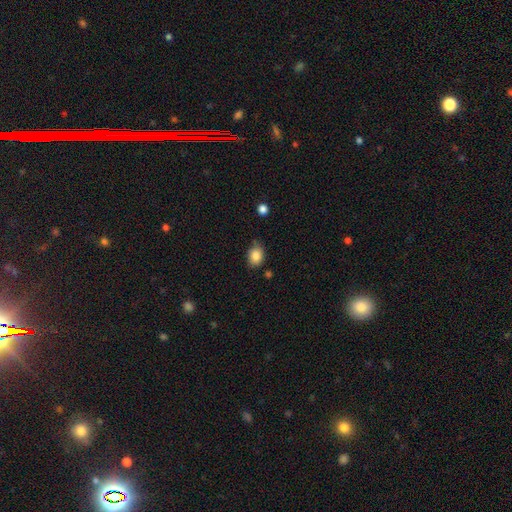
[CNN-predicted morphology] type=smooth (85%); roundness=in between (53%); merging=none (71%).